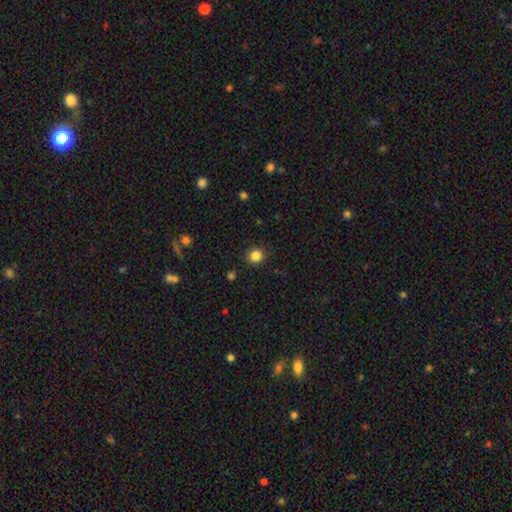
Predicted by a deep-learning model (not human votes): The model was most divided on "smooth or featured": smooth: 84%, star or artifact: 11%, featured or disk: 4%. More confident: merging — none (91%); how rounded — round (89%).